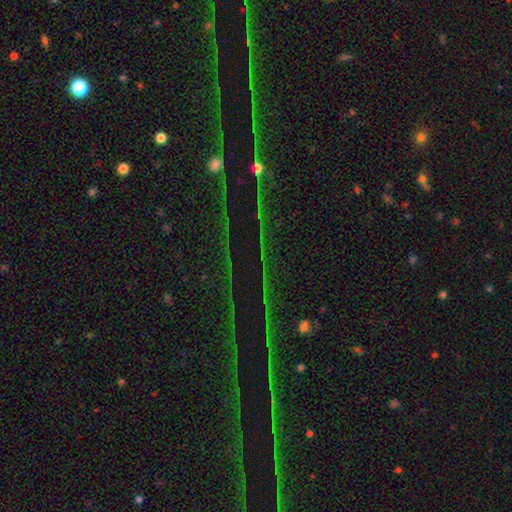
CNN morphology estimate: star or artifact 75%, featured or disk 13%, smooth 12%.